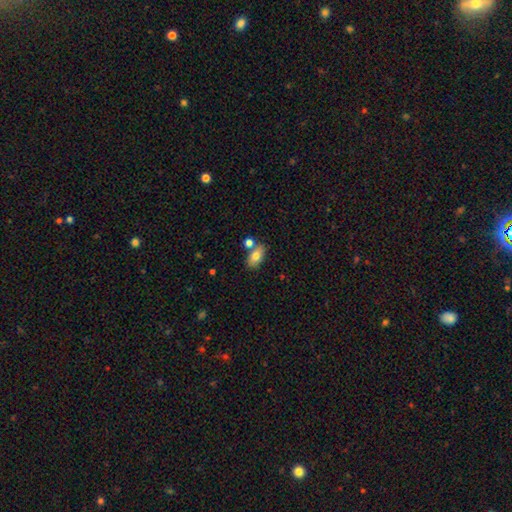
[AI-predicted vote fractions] smooth 76%, featured or disk 16%, star or artifact 8%. Down the decision tree: how rounded — in between (89%); merging — none (66%).